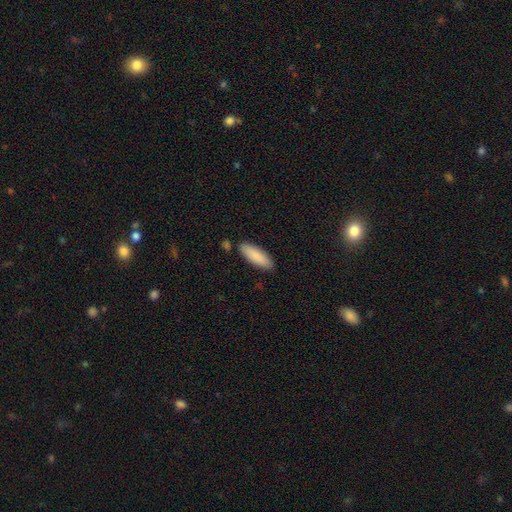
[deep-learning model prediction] Smooth or featured? Predicted: smooth (p=0.86). How rounded? Predicted: in between (p=0.52). Merging? Predicted: none (p=0.84).